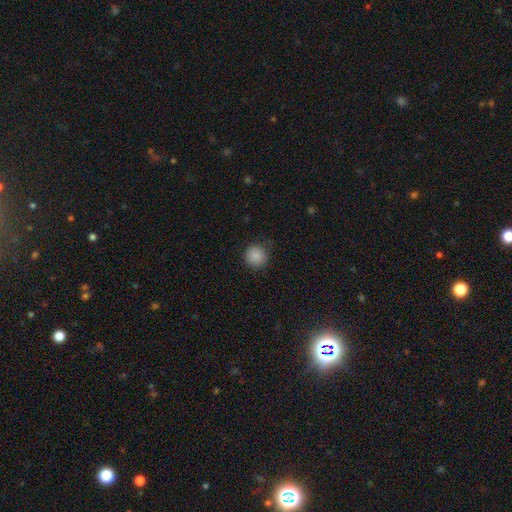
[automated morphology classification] smooth_or_featured: smooth (p=0.88) [alt: star or artifact p=0.09]
how_rounded: round (p=0.94) [alt: in between p=0.05]
merging: none (p=0.88) [alt: minor disturbance p=0.08]